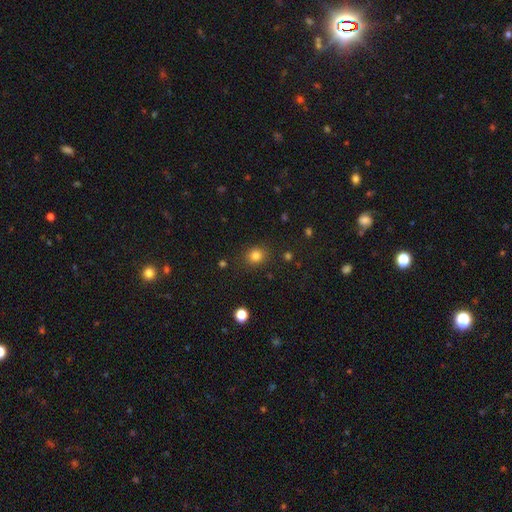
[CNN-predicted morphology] Smooth or featured: smooth — 82% (star or artifact — 13%)
How rounded: round — 73% (in between — 26%)
Merging: none — 85% (minor disturbance — 10%)